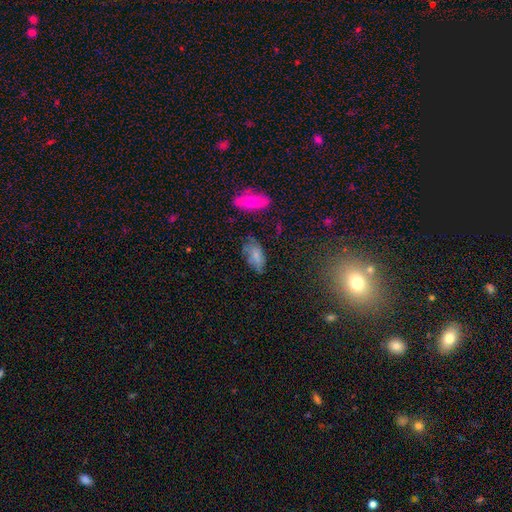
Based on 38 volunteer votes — This is likely a smooth galaxy (68%). How rounded: clearly in between (81%). Merging: likely none (60%).